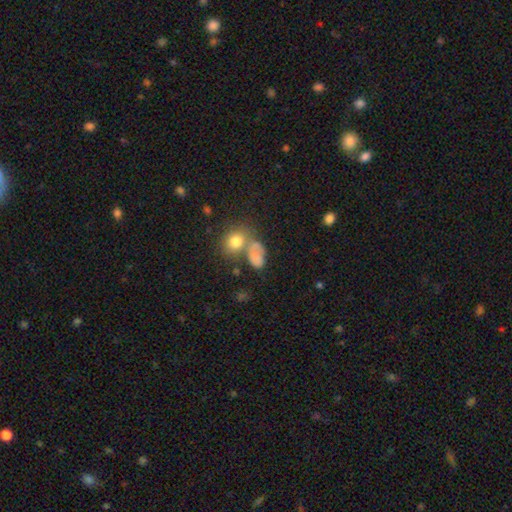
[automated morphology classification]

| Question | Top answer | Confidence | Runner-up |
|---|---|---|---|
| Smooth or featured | smooth | 74% | featured or disk (14%) |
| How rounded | in between | 77% | round (22%) |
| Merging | merger | 37% | none (34%) |